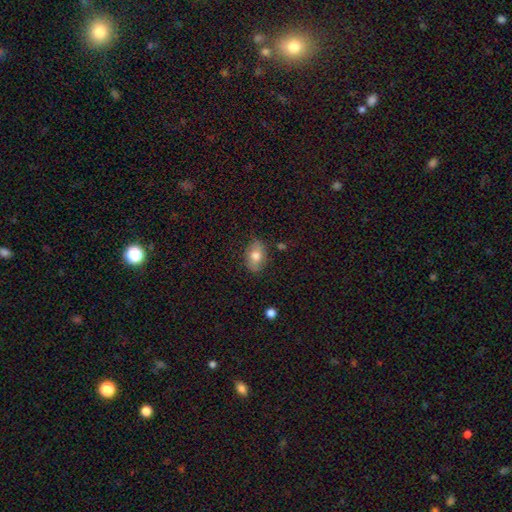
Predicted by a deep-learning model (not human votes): smooth_or_featured: smooth (p=0.72) [alt: featured or disk p=0.20]
how_rounded: in between (p=0.84) [alt: round p=0.15]
merging: none (p=0.81) [alt: minor disturbance p=0.14]